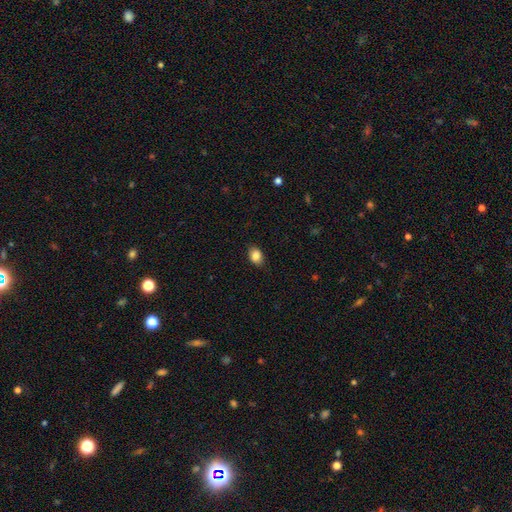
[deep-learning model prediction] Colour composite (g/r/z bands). It shows a smooth galaxy with no disk features (86%) that is in between round and cigar-shaped (77%). Merging: none (85%).